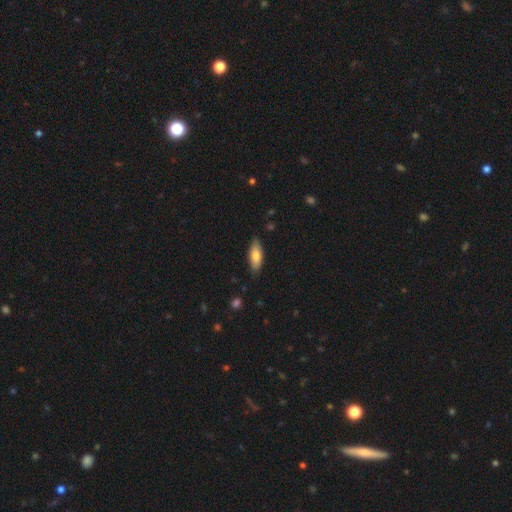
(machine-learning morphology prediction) smooth-or-featured: smooth: 78% | featured or disk: 16% | star or artifact: 6%
  how-rounded: in between: 71% | cigar-shaped: 27% | round: 2%
  merging: none: 85% | minor disturbance: 12% | major disturbance: 2% | merger: 1%